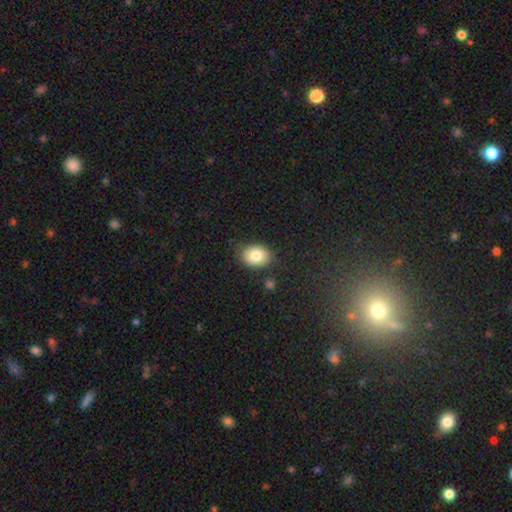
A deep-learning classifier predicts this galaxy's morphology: smooth_or_featured: smooth (p=0.83) [alt: featured or disk p=0.09]
how_rounded: in between (p=0.66) [alt: round p=0.33]
merging: none (p=0.82) [alt: minor disturbance p=0.12]